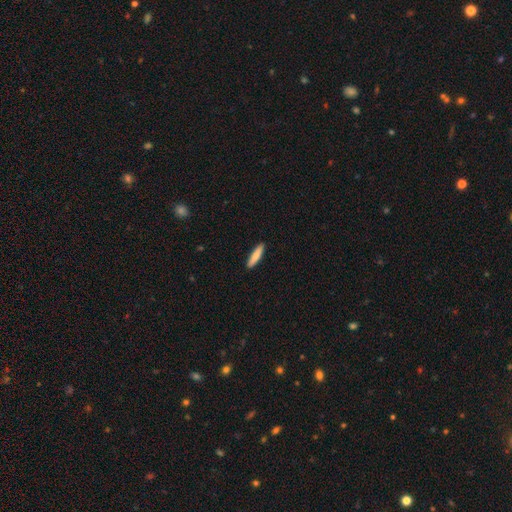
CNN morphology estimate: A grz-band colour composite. It shows a smooth galaxy with no disk features (80%) that is cigar-shaped (85%). Merging: none (91%).